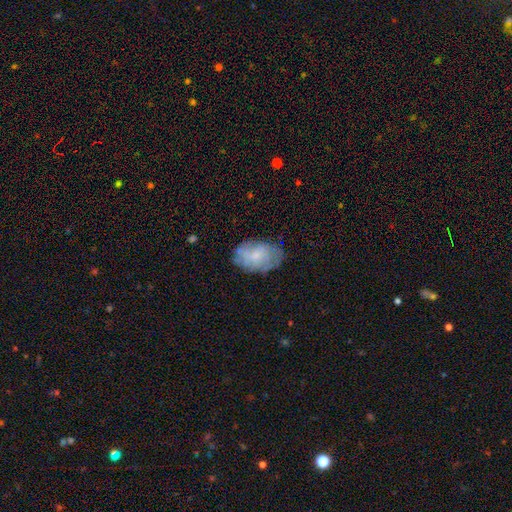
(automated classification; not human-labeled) smooth_or_featured: smooth (p=0.56) [alt: featured or disk p=0.36]
how_rounded: in between (p=0.88) [alt: round p=0.10]
merging: none (p=0.69) [alt: minor disturbance p=0.22]